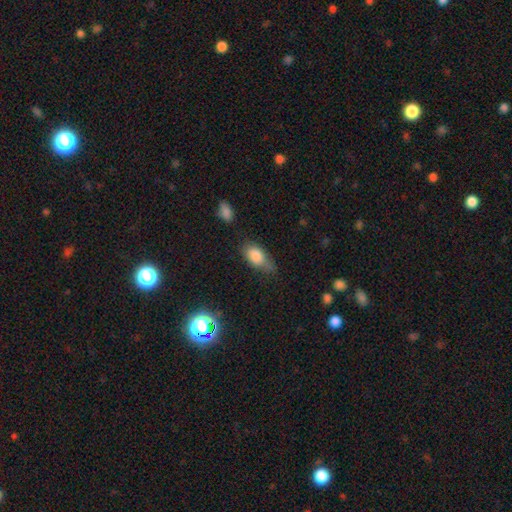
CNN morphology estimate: Smooth or featured? Predicted: smooth (p=0.83). How rounded? Predicted: in between (p=0.86). Merging? Predicted: none (p=0.46).